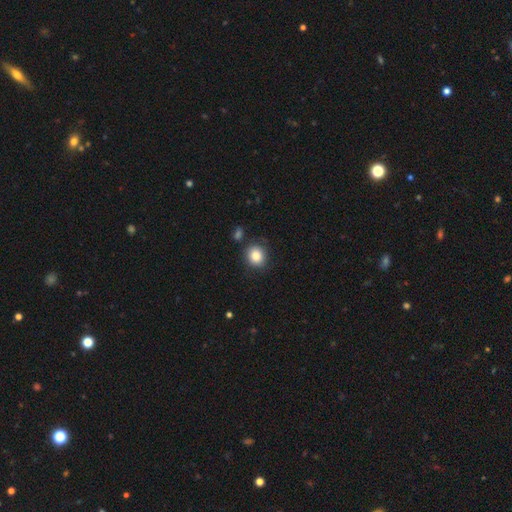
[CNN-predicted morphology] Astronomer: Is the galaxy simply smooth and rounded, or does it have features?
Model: smooth — 86%.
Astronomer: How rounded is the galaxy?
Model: round — 78%.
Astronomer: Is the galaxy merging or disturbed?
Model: none — 80%.